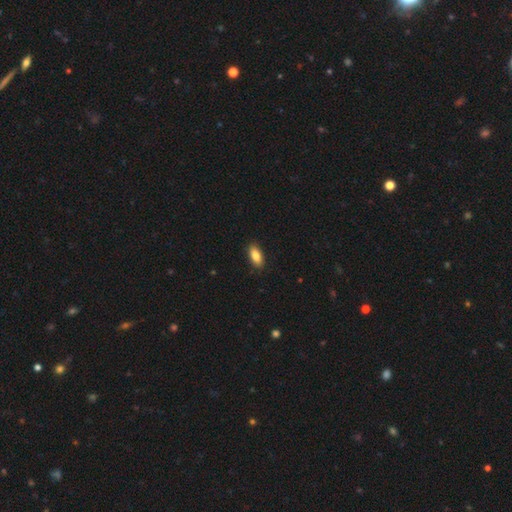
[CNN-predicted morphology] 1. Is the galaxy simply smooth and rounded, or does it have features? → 87% smooth, 7% star or artifact, 6% featured or disk.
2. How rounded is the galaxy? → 89% in between, 8% cigar-shaped, 3% round.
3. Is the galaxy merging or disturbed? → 89% none, 8% minor disturbance, 2% major disturbance, 1% merger.